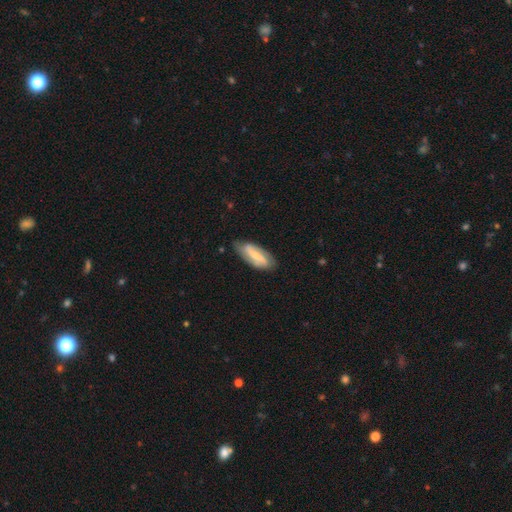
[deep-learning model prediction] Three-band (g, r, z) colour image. It shows a featured or disk galaxy (62%) with a strong bar (42%), spiral arms (86%) and a small central bulge (53%). Merging: none (76%).